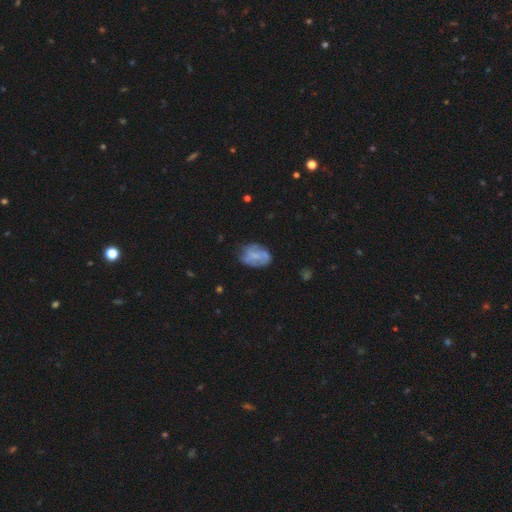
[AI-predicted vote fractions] smooth_or_featured: smooth (p=0.49) [alt: featured or disk p=0.43]
merging: none (p=0.57) [alt: minor disturbance p=0.28]